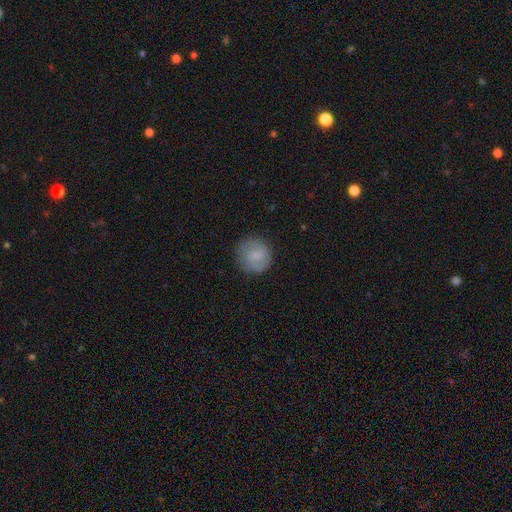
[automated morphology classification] A smooth galaxy with no disk features (56%) that is round (90%). Merging: none (82%).